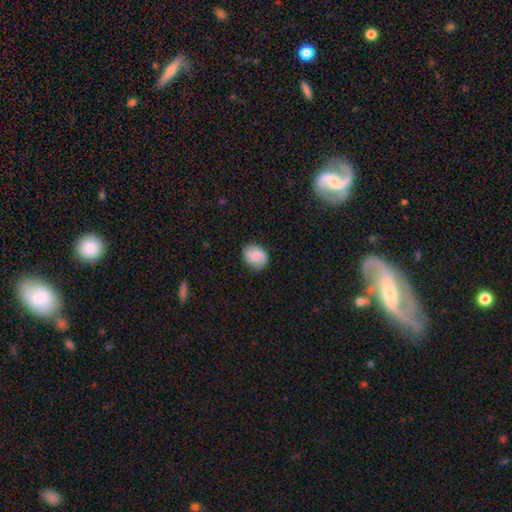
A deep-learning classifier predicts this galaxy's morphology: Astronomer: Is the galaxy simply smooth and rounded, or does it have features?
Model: smooth — 57% (runner-up: featured or disk, 35%).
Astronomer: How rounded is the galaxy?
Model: round — 60% (runner-up: in between, 39%).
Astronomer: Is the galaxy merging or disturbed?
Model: none — 78%.